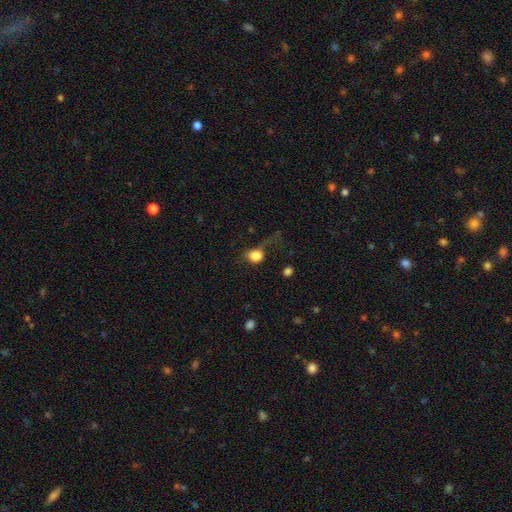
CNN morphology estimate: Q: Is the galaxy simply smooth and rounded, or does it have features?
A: smooth — 80%.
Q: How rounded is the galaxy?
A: round — 70%.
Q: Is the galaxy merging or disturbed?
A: major disturbance — 42%.